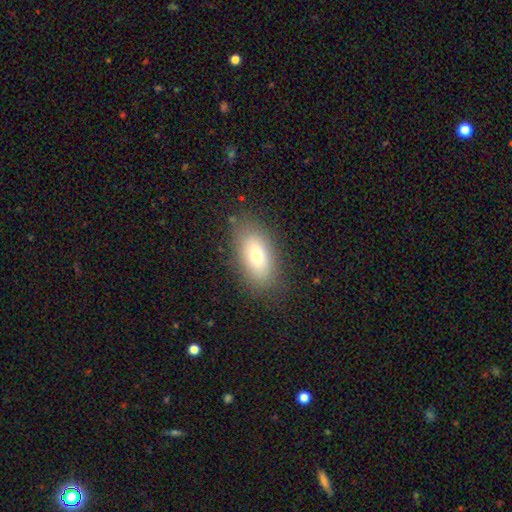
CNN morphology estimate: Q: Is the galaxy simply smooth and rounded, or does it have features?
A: smooth — 71%.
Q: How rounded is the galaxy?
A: in between — 88%.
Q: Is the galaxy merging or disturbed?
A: none — 83%.